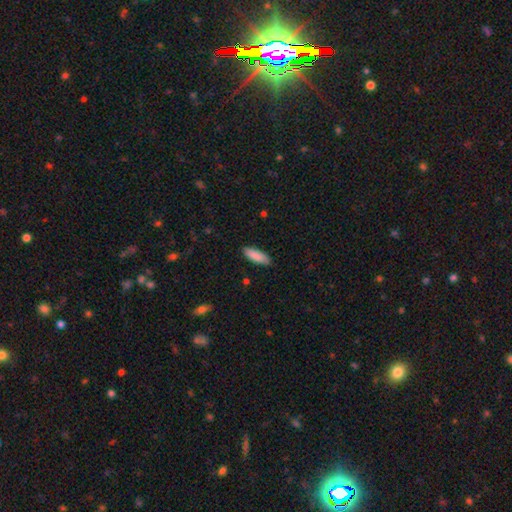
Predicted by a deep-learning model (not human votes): This appears to be a smooth galaxy with no disk features (89%) that is in between round and cigar-shaped (64%). Merging: none (86%).